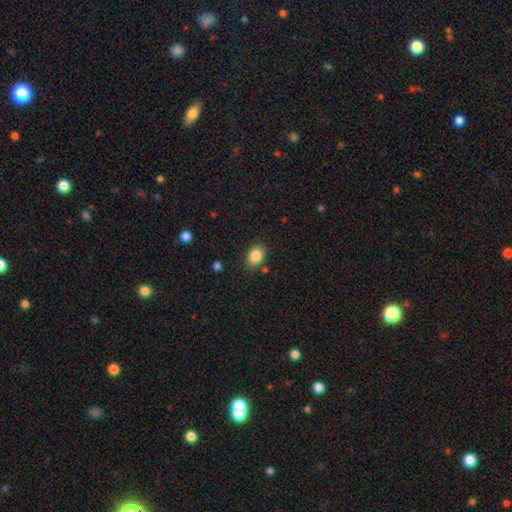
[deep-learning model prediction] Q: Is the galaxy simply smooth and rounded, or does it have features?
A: smooth — 86%.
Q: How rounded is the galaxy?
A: in between — 72%.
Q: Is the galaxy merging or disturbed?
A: none — 81%.